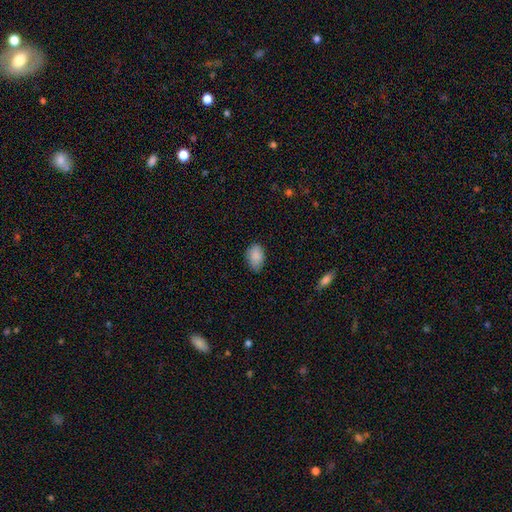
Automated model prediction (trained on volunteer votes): A smooth galaxy with no disk features (87%) that is in between round and cigar-shaped (87%).

Vote fractions:
- Smooth or featured? smooth: 87% / star or artifact: 7% / featured or disk: 5%
- How rounded? in between: 87% / round: 11% / cigar-shaped: 1%
- Merging? none: 74% / minor disturbance: 21% / major disturbance: 3% / merger: 1%